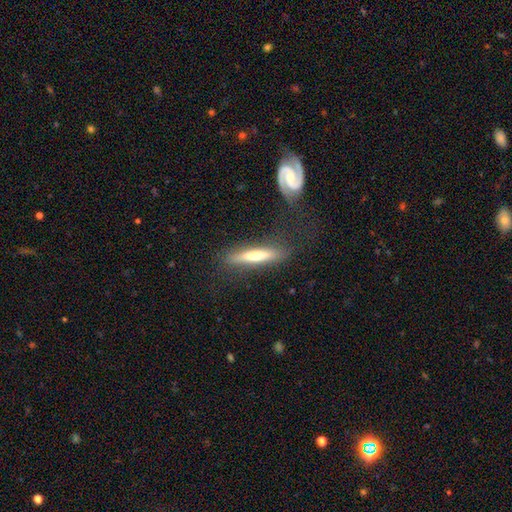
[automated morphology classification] Smooth or featured: featured or disk — 56% (smooth — 38%)
Edge-on disk: yes — 75% (no — 25%)
Merging: none — 70% (minor disturbance — 17%)